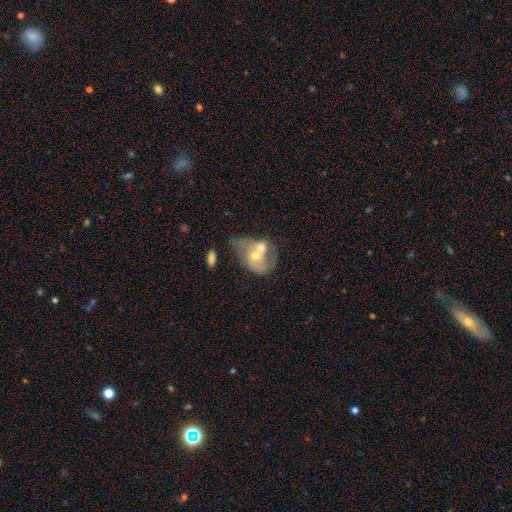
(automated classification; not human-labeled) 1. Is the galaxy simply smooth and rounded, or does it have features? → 63% featured or disk, 30% smooth, 6% star or artifact.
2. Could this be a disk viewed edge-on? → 97% no, 3% yes.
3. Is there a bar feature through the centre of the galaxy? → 75% no, 21% weak, 4% strong.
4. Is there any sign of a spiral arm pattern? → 65% yes, 35% no.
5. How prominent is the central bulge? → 63% moderate, 27% small, 6% large, 3% none, 1% dominant.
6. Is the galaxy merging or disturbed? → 60% merger, 17% none, 12% major disturbance, 11% minor disturbance.